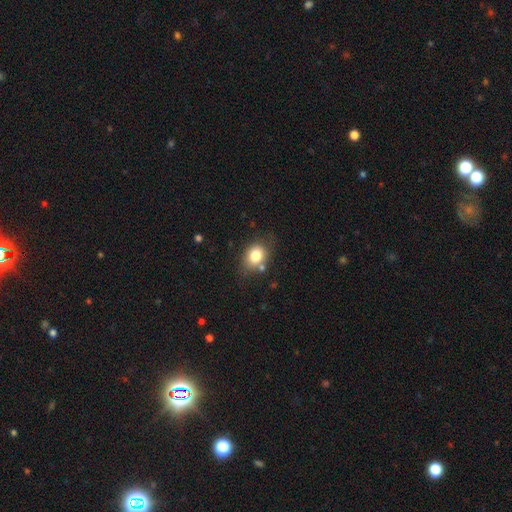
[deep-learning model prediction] The model was most divided on "how rounded": in between: 55%, round: 44%, cigar-shaped: 1%. More confident: smooth or featured — smooth (79%); merging — none (68%).